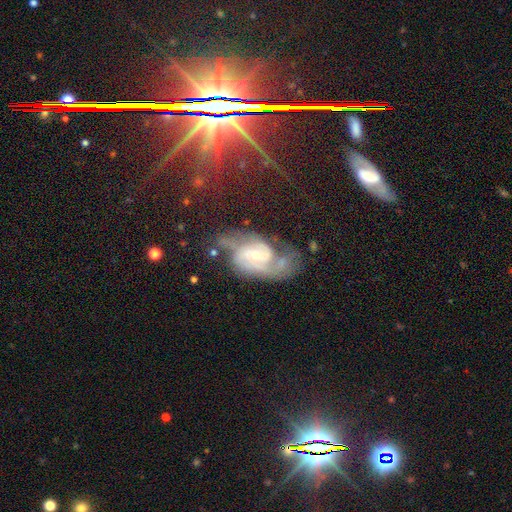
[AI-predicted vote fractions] Smooth or featured? Predicted: featured or disk (p=0.85). Edge-on disk? Predicted: no (p=0.97). Bar? Predicted: no (p=0.44). Spiral arms? Predicted: yes (p=0.95). Spiral winding? Predicted: medium (p=0.49). Spiral arm count? Predicted: 2 (p=0.70). Bulge size? Predicted: small (p=0.57). Merging? Predicted: none (p=0.43).